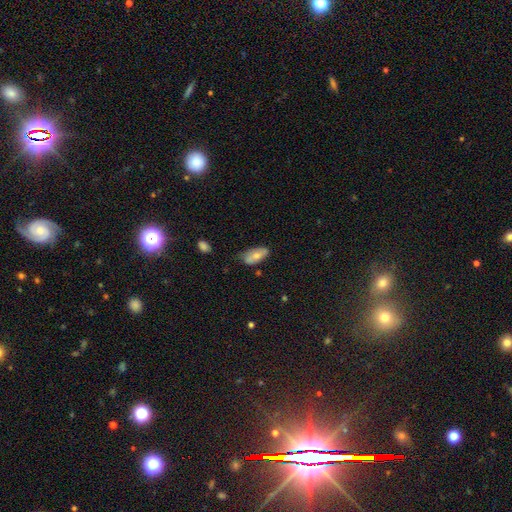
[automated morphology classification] Overall: smooth (67%). How rounded: in between (90%). Merging: none (64%; minor disturbance 28%).